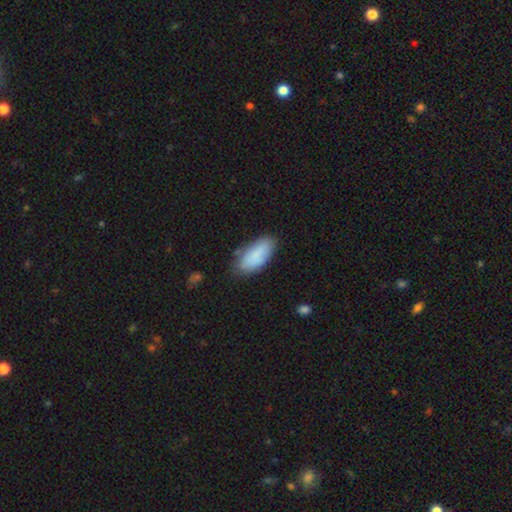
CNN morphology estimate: Q: Smooth or featured?
A: smooth (85%); runner-up: featured or disk (9%)
Q: How rounded?
A: in between (89%); runner-up: cigar-shaped (9%)
Q: Merging?
A: none (74%); runner-up: minor disturbance (20%)